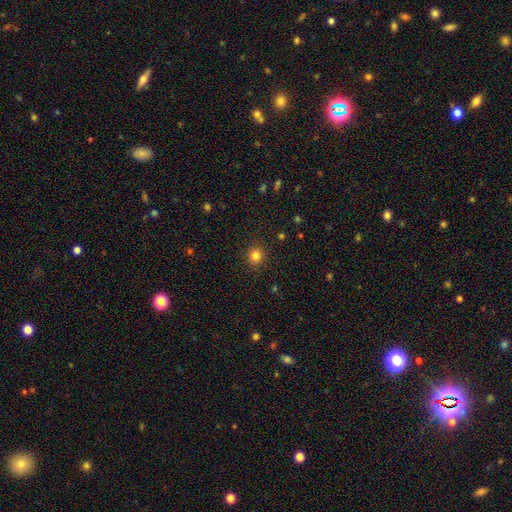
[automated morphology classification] smooth-or-featured: smooth: 83% | star or artifact: 13% | featured or disk: 4%
  how-rounded: round: 88% | in between: 11% | cigar-shaped: 1%
  merging: none: 90% | minor disturbance: 7% | major disturbance: 2% | merger: 1%